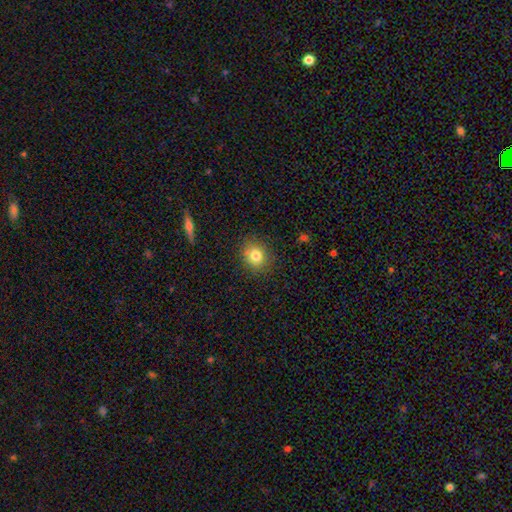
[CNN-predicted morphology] Smooth or featured? Predicted: smooth (p=0.80). How rounded? Predicted: round (p=0.75). Merging? Predicted: none (p=0.87).